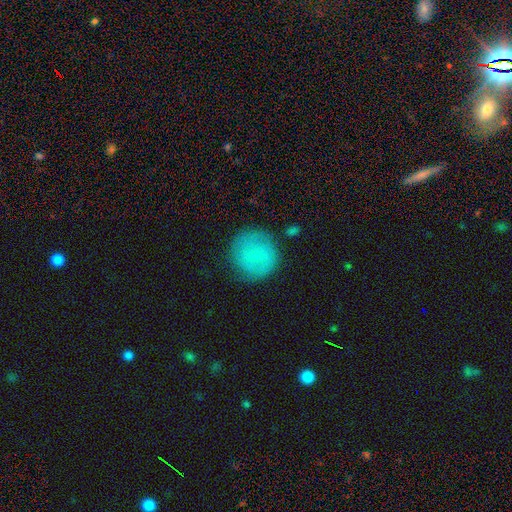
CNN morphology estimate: A smooth galaxy with no disk features (65%) that is round (93%).

Vote fractions:
- Smooth or featured? smooth: 65% / featured or disk: 28% / star or artifact: 8%
- How rounded? round: 93% / in between: 6% / cigar-shaped: 1%
- Merging? none: 78% / minor disturbance: 15% / major disturbance: 5% / merger: 2%